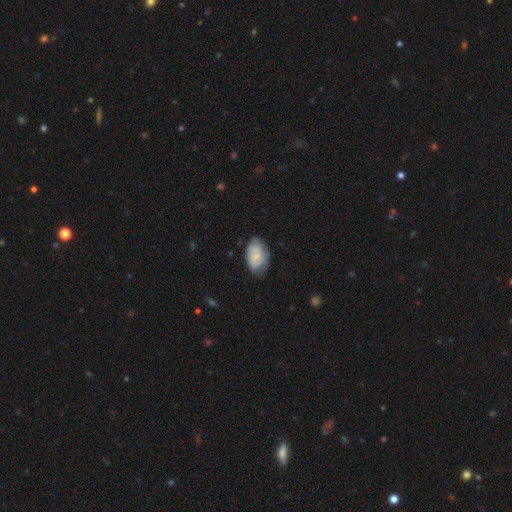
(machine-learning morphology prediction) type=smooth (68%); roundness=in between (90%); merging=none (65%).